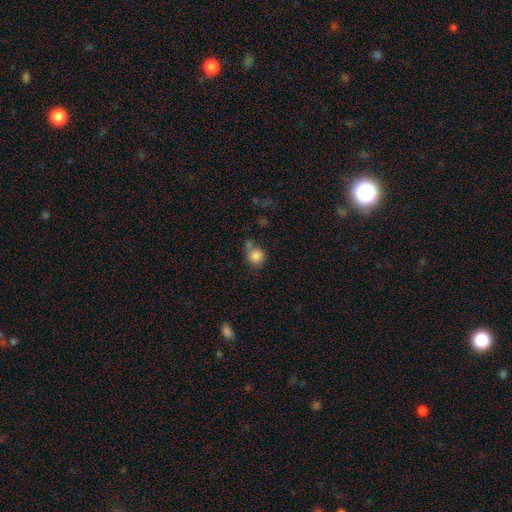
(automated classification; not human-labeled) A smooth galaxy with no disk features (84%) that is round (86%). Merging: none (53%).